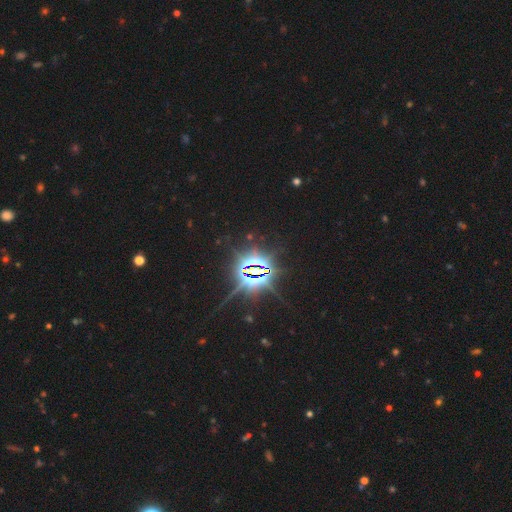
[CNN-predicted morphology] Smooth or featured? star or artifact (89%)